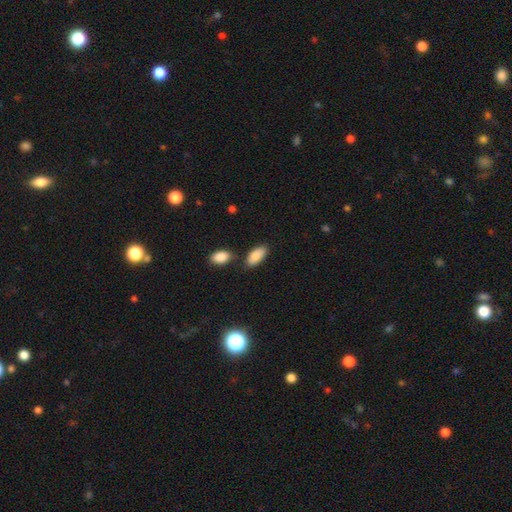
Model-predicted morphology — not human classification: This appears to be a smooth galaxy with no disk features (87%) that is in between round and cigar-shaped (91%). Merging: none (71%).